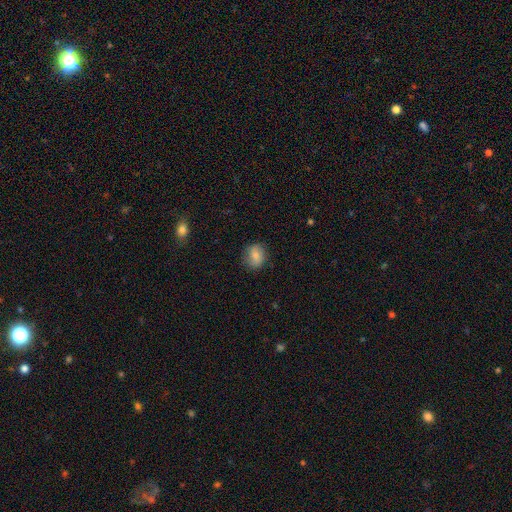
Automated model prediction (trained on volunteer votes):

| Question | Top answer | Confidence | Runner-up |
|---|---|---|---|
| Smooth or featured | smooth | 77% | featured or disk (14%) |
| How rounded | round | 62% | in between (37%) |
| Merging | none | 82% | minor disturbance (14%) |